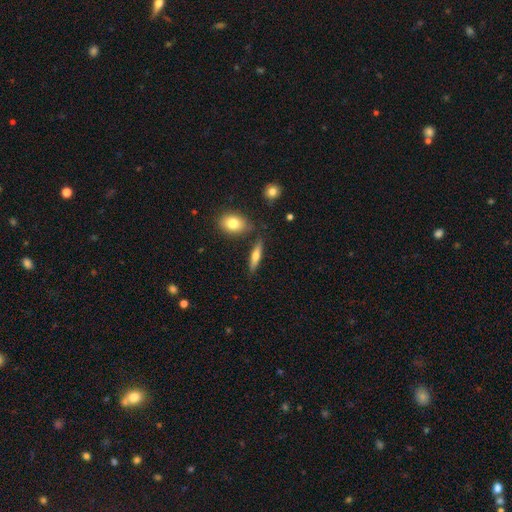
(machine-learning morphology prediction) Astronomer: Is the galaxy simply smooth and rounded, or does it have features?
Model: smooth — 52% (runner-up: featured or disk, 41%).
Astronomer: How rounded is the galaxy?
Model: cigar-shaped — 69%.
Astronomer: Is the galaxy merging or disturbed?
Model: none — 81%.